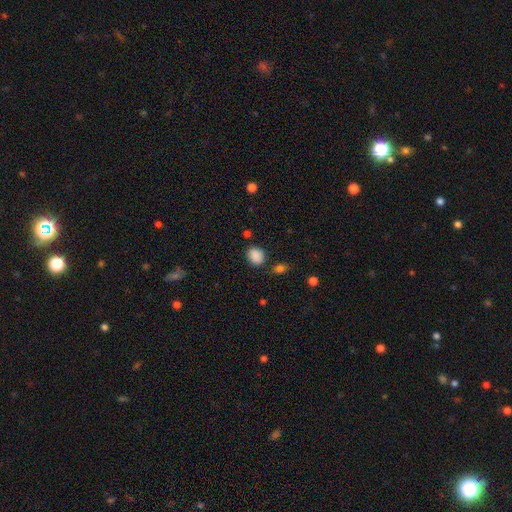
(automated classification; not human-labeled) Q: Smooth or featured?
A: smooth (87%); runner-up: star or artifact (9%)
Q: How rounded?
A: round (57%); runner-up: in between (42%)
Q: Merging?
A: none (78%); runner-up: minor disturbance (14%)